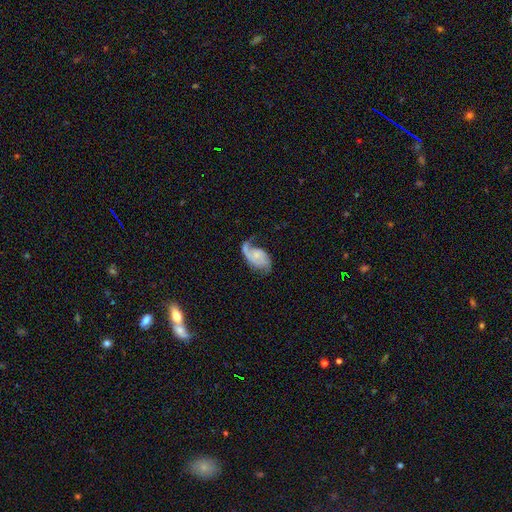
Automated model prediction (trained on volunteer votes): Smooth or featured: featured or disk — 77% (smooth — 17%)
Edge-on disk: no — 97% (yes — 3%)
Bar: no — 66% (weak — 29%)
Spiral arms: yes — 93% (no — 7%)
Spiral winding: loose — 45% (medium — 38%)
Spiral arm count: 2 — 62% (1 — 29%)
Bulge size: small — 52% (none — 23%)
Merging: none — 44% (major disturbance — 28%)